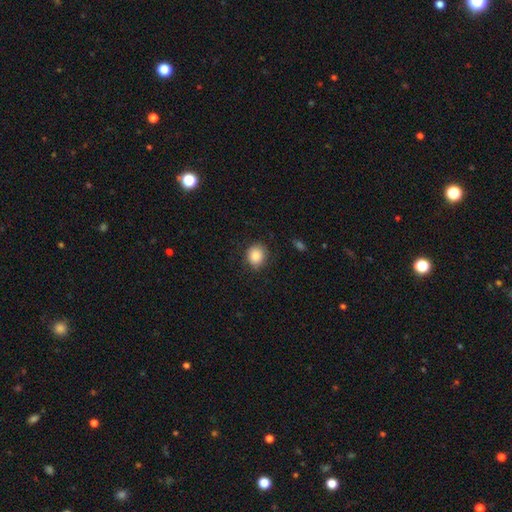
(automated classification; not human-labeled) Smooth or featured?
  - smooth: 86% *
  - star or artifact: 9%
  - featured or disk: 5%
How rounded?
  - round: 73% *
  - in between: 26%
  - cigar-shaped: 1%
Merging?
  - none: 81% *
  - minor disturbance: 14%
  - major disturbance: 4%
  - merger: 1%